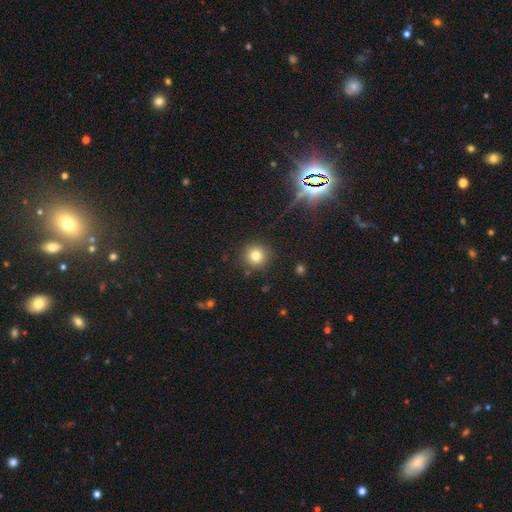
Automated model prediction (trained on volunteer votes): Smooth or featured: smooth — 79% (star or artifact — 14%)
How rounded: round — 94% (in between — 5%)
Merging: none — 89% (minor disturbance — 7%)